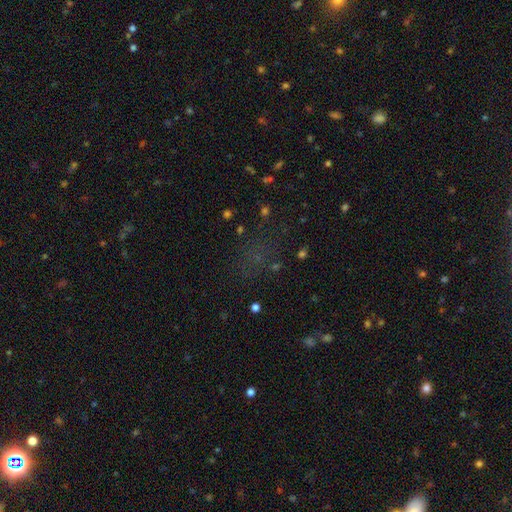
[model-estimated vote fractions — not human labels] smooth_or_featured: star or artifact (p=0.53) [alt: smooth p=0.34]